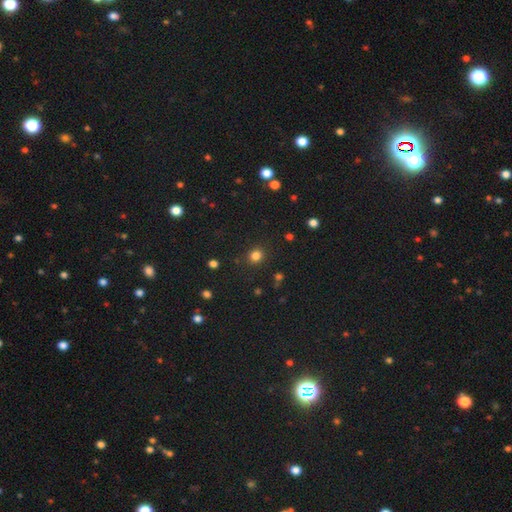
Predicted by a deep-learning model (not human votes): Smooth or featured? smooth (81%)
How rounded? round (85%)
Merging? none (89%)